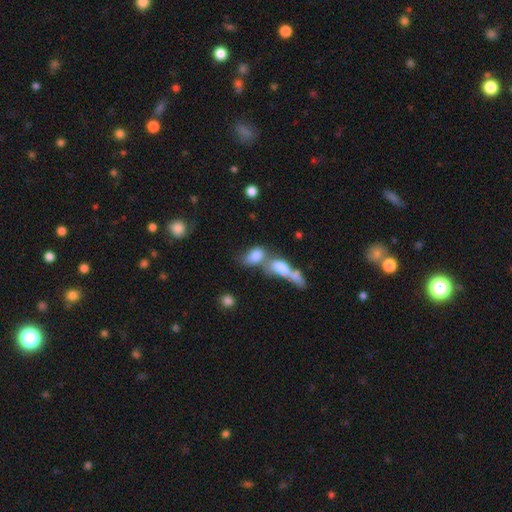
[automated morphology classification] A smooth galaxy with no disk features (75%) that is in between round and cigar-shaped (80%). Merging: merger (63%).